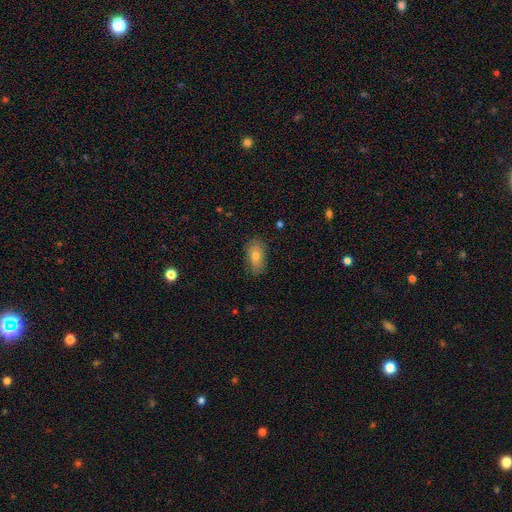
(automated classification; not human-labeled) Morphology: type=smooth (71%); roundness=in between (89%); merging=none (81%).